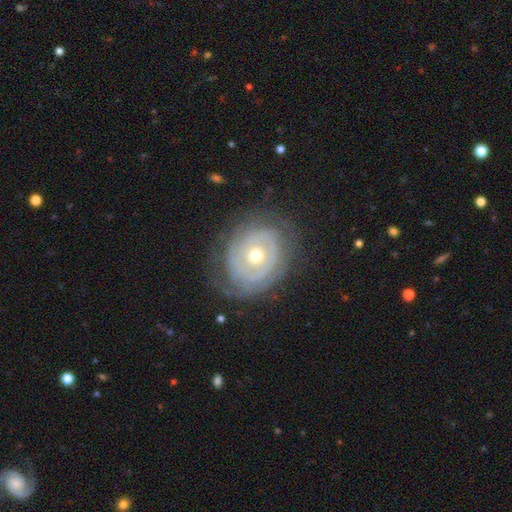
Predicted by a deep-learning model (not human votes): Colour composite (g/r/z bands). It shows a featured or disk galaxy (78%) with no bar (81%), tight (78%) spiral arms (80%) and a moderate central bulge (65%). Merging: none (71%).